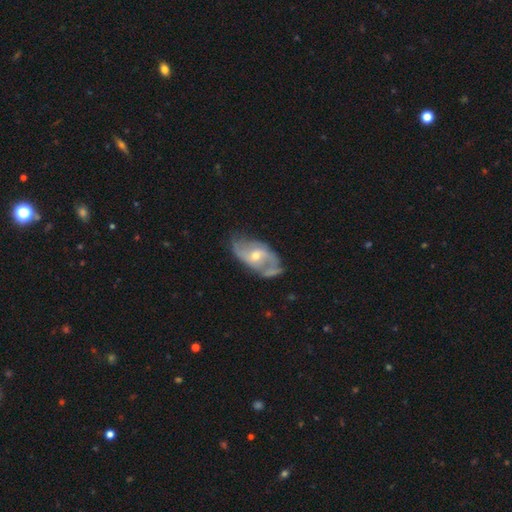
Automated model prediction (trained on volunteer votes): smooth-or-featured: featured or disk: 79% | smooth: 15% | star or artifact: 6%
  disk-edge-on: no: 94% | yes: 6%
    bar: no: 50% | weak: 39% | strong: 11%
    has-spiral-arms: yes: 87% | no: 13%
      spiral-winding: medium: 42% | loose: 39% | tight: 19%
      spiral-arm-count: 2: 76% | can't tell: 13% | 3: 5% | 1: 3% | 4: 2% | more than 4: 1%
    bulge-size: moderate: 52% | small: 45% | large: 2% | none: 1% | dominant: 1%
  merging: none: 57% | minor disturbance: 27% | major disturbance: 11% | merger: 5%